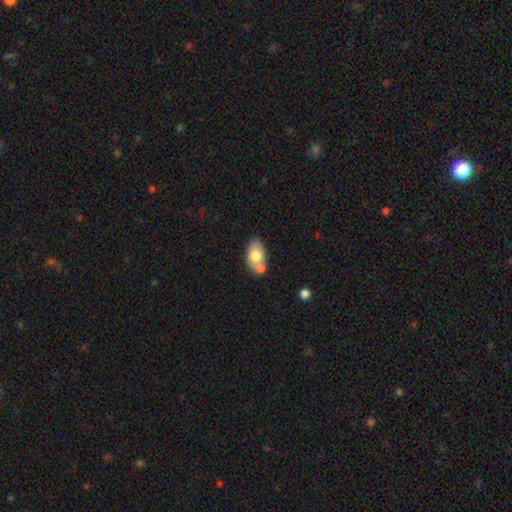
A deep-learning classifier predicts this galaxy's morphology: This appears to be a smooth galaxy with no disk features (71%) that is in between round and cigar-shaped (89%). Merging: none (44%).